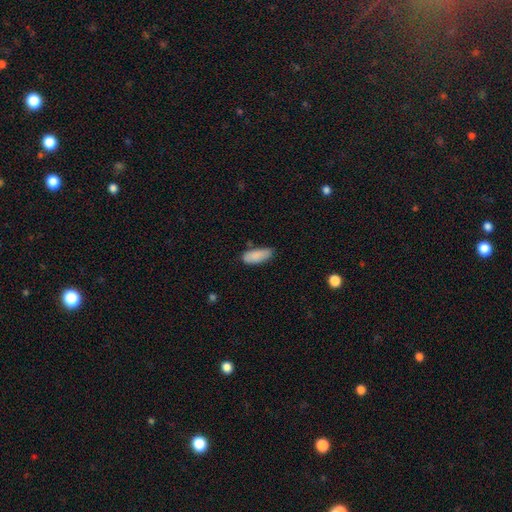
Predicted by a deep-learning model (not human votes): Morphology: type=smooth (87%); roundness=in between (78%); merging=none (66%).